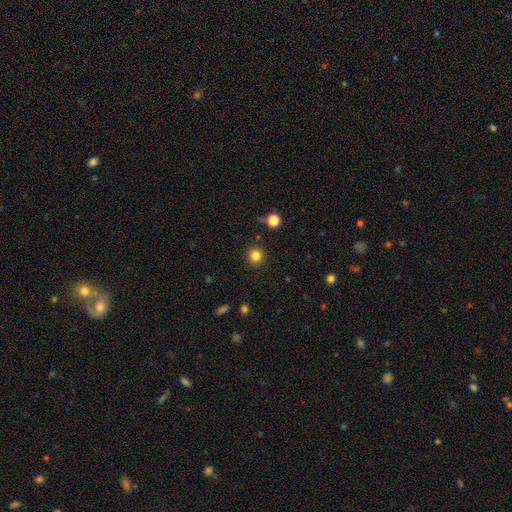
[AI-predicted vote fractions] Morphology: type=smooth (82%); roundness=round (93%); merging=none (91%).